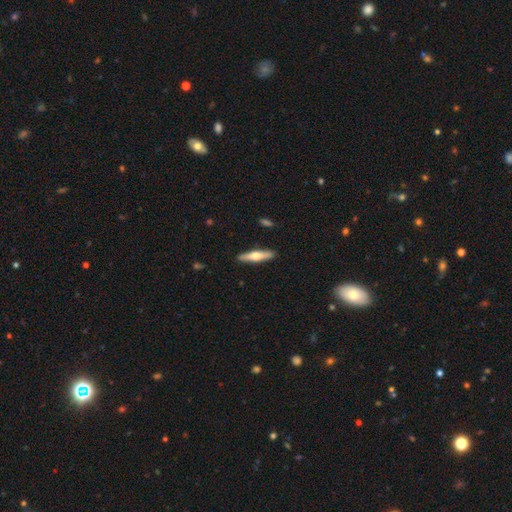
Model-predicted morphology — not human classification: smooth_or_featured: smooth (p=0.49) [alt: featured or disk p=0.46]
merging: none (p=0.90) [alt: minor disturbance p=0.07]